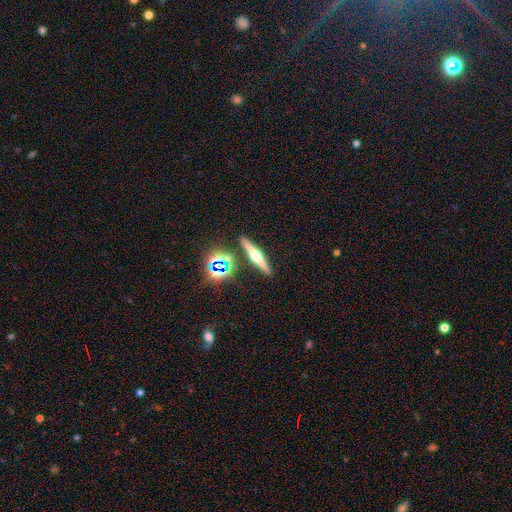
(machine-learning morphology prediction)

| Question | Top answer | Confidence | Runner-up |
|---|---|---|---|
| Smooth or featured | featured or disk | 64% | smooth (22%) |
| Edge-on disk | yes | 96% | no (4%) |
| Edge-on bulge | rounded | 94% | boxy (4%) |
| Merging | none | 88% | minor disturbance (6%) |